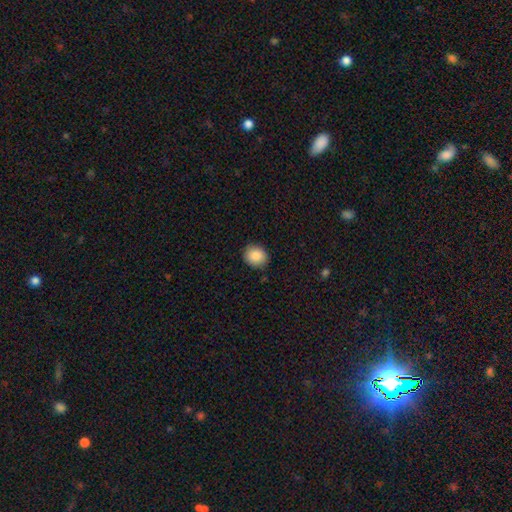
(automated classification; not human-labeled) Morphology: type=smooth (88%); roundness=round (77%); merging=none (88%).